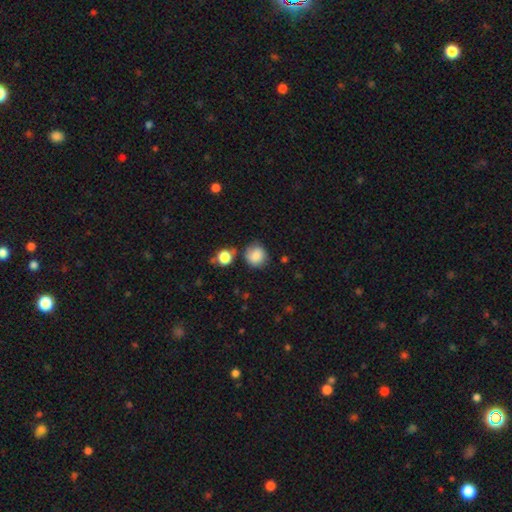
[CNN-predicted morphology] A smooth galaxy with no disk features (83%) that is round (87%). Merging: none (75%).